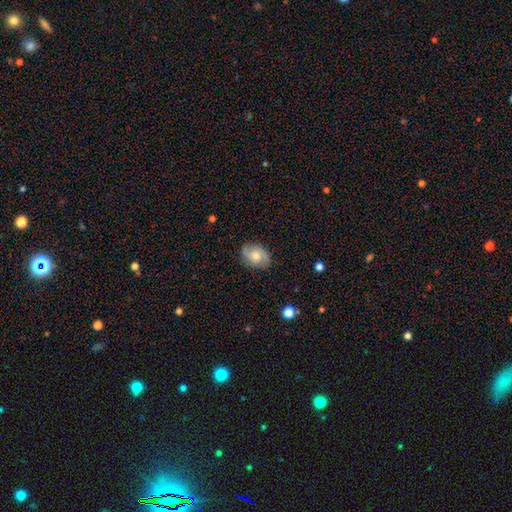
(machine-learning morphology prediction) Q: Smooth or featured?
A: featured or disk (53%); runner-up: smooth (39%)
Q: Edge-on disk?
A: no (95%); runner-up: yes (5%)
Q: Bar?
A: no (69%); runner-up: weak (27%)
Q: Spiral arms?
A: yes (86%); runner-up: no (14%)
Q: Bulge size?
A: moderate (63%); runner-up: small (30%)
Q: Merging?
A: none (80%); runner-up: minor disturbance (15%)